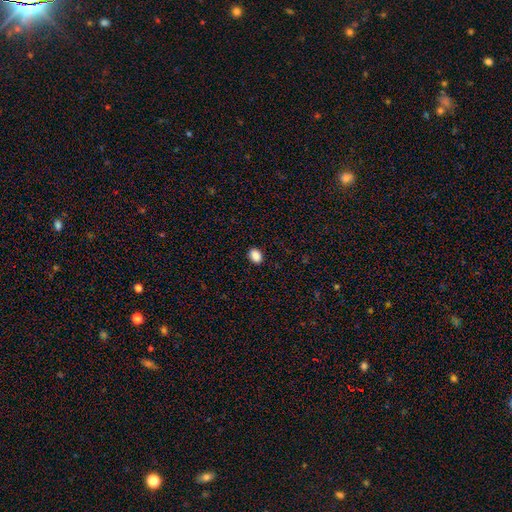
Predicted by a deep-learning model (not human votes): smooth 89%, star or artifact 9%, featured or disk 2%. Down the decision tree: how rounded — in between (70%); merging — none (89%).